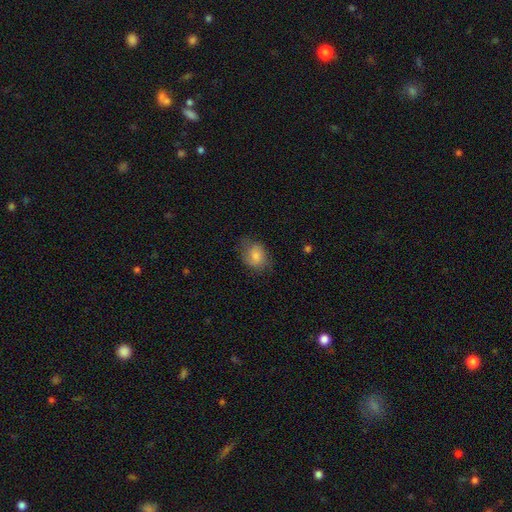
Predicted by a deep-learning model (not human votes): This is likely a smooth galaxy (71%). How rounded: possibly in between (56%). Merging: likely none (66%).